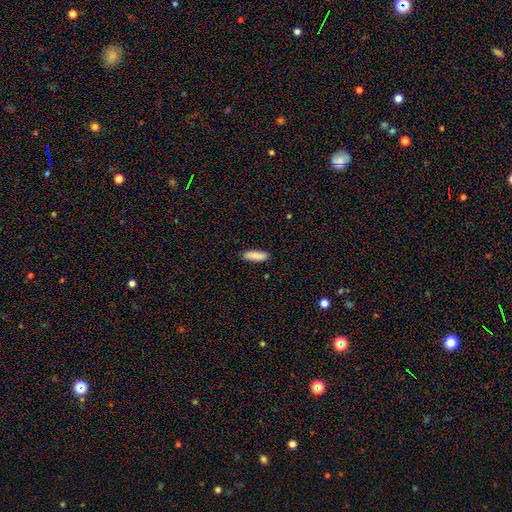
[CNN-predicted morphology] smooth-or-featured: smooth: 88% | featured or disk: 6% | star or artifact: 6%
  how-rounded: in between: 57% | cigar-shaped: 42% | round: 2%
  merging: none: 87% | minor disturbance: 10% | major disturbance: 2% | merger: 1%